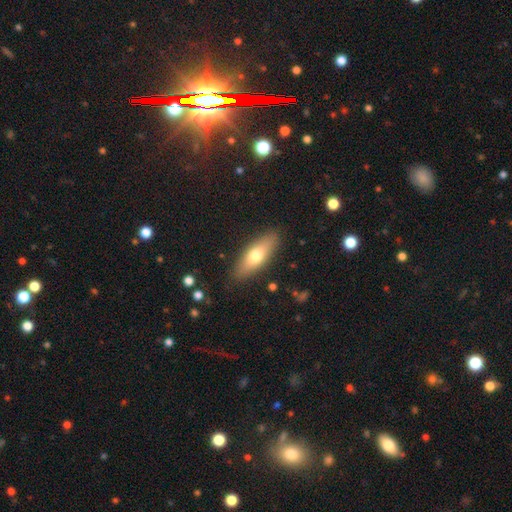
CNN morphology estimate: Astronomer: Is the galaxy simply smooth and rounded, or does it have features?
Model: smooth — 65%.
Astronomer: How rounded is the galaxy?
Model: in between — 56% (runner-up: cigar-shaped, 41%).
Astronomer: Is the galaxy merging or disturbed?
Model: none — 87%.